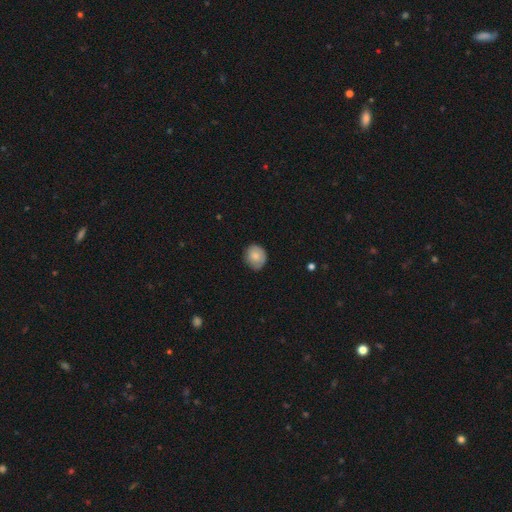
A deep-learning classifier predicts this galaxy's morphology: Smooth or featured? Predicted: smooth (p=0.80). How rounded? Predicted: round (p=0.75). Merging? Predicted: none (p=0.74).